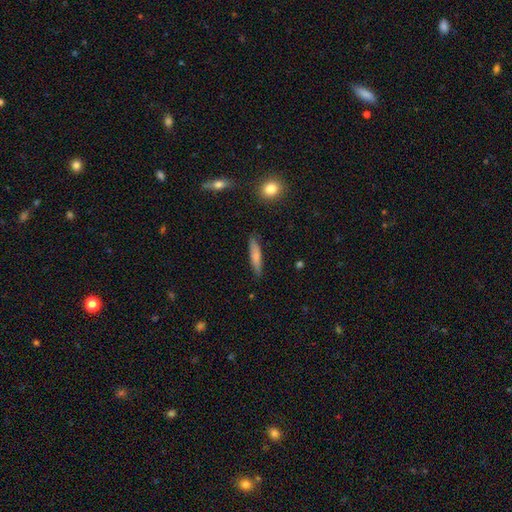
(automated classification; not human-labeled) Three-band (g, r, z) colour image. It shows a smooth galaxy with no disk features (73%) that is cigar-shaped (82%). Merging: none (83%).